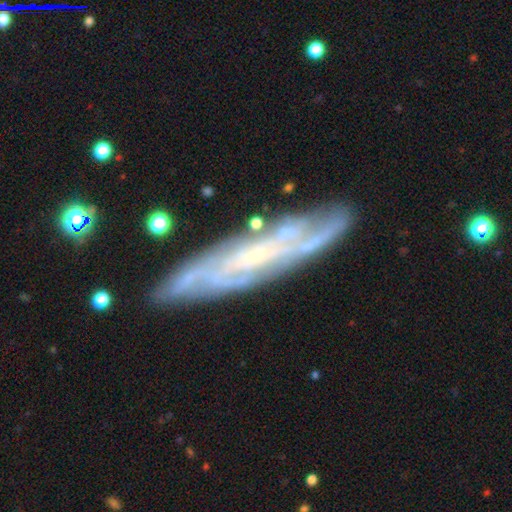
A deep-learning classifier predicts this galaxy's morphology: smooth-or-featured: featured or disk: 82% | smooth: 11% | star or artifact: 6%
  disk-edge-on: no: 64% | yes: 36%
    bar: no: 52% | weak: 33% | strong: 15%
    has-spiral-arms: yes: 93% | no: 7%
    bulge-size: small: 74% | moderate: 16% | none: 7% | large: 1% | dominant: 1%
  merging: none: 81% | minor disturbance: 14% | major disturbance: 3% | merger: 2%